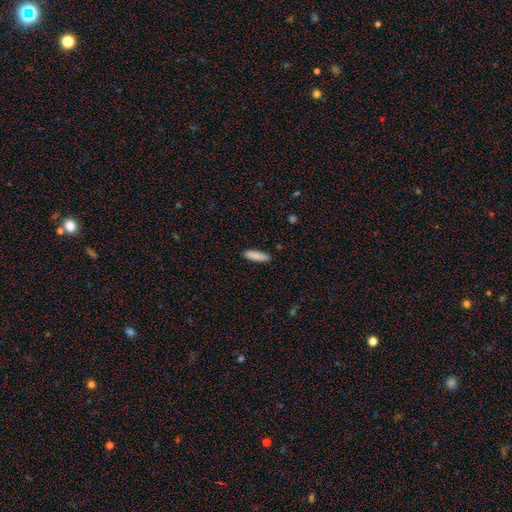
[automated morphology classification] Smooth or featured: smooth — 88% (star or artifact — 6%)
How rounded: cigar-shaped — 65% (in between — 34%)
Merging: none — 88% (minor disturbance — 9%)